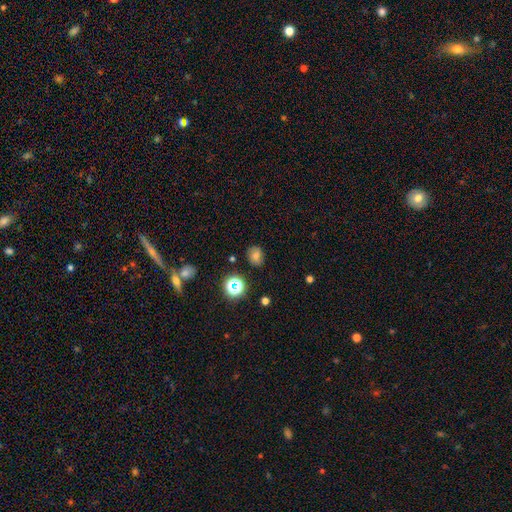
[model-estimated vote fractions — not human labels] Overall: smooth (56%; star or artifact 31%). How rounded: round (60%; in between 38%). Merging: none (83%).